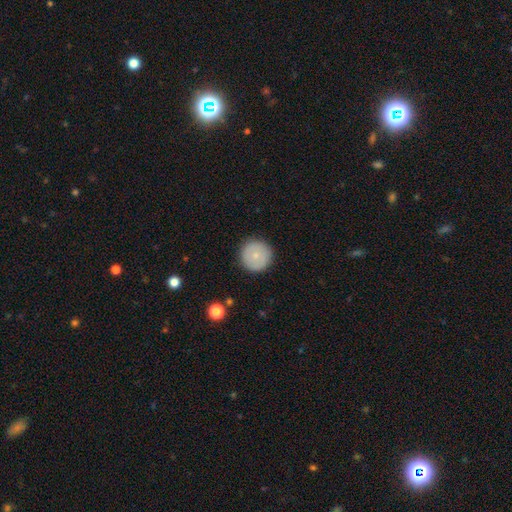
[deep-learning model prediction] Smooth or featured?
  - smooth: 75% *
  - featured or disk: 18%
  - star or artifact: 7%
How rounded?
  - round: 96% *
  - in between: 3%
  - cigar-shaped: 1%
Merging?
  - none: 90% *
  - minor disturbance: 7%
  - major disturbance: 2%
  - merger: 1%